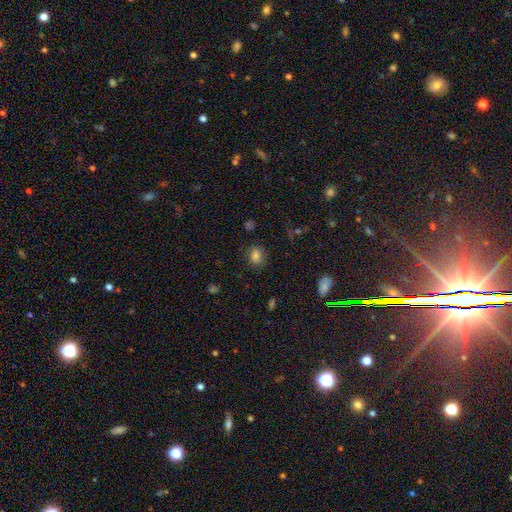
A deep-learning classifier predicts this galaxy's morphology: Smooth or featured?
  - smooth: 81% *
  - star or artifact: 13%
  - featured or disk: 6%
How rounded?
  - in between: 54% *
  - round: 45%
  - cigar-shaped: 1%
Merging?
  - none: 79% *
  - minor disturbance: 15%
  - major disturbance: 5%
  - merger: 2%